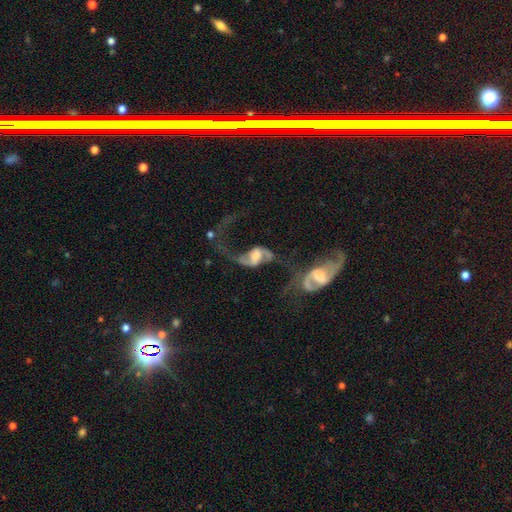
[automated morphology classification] The model was most divided on "bar": weak: 43%, no: 33%, strong: 23%. Remaining: edge-on disk — no (95%); spiral arms — yes (91%); spiral arm count — 2 (85%); smooth or featured — featured or disk (82%); spiral winding — loose (73%); merging — merger (45%); bulge size — moderate (39%).